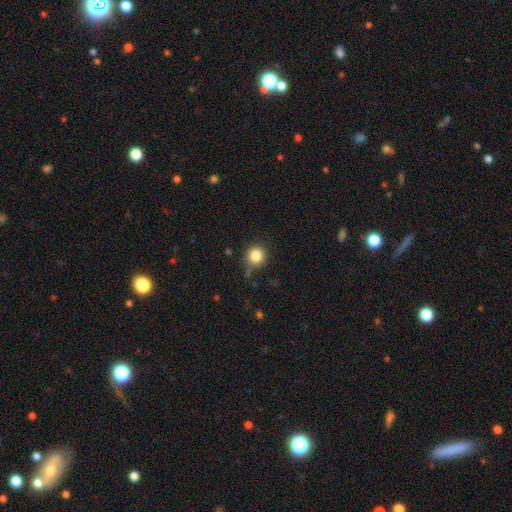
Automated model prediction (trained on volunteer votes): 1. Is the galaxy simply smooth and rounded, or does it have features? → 84% smooth, 11% star or artifact, 5% featured or disk.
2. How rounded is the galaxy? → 91% round, 8% in between, 1% cigar-shaped.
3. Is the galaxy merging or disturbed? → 78% none, 15% minor disturbance, 4% major disturbance, 3% merger.